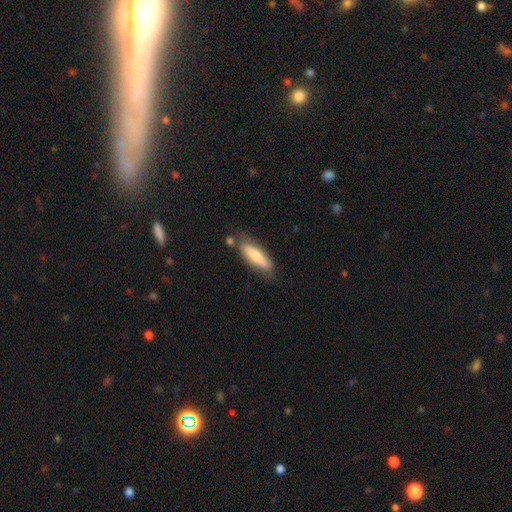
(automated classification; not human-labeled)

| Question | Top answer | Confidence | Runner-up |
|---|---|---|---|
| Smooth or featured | smooth | 65% | featured or disk (29%) |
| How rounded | cigar-shaped | 58% | in between (40%) |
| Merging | none | 68% | minor disturbance (19%) |